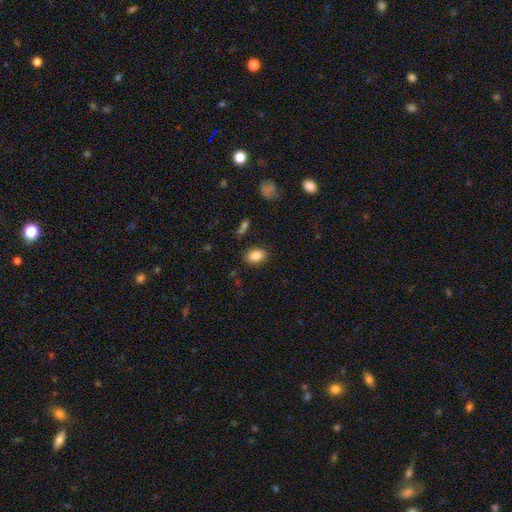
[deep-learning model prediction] smooth 85%, star or artifact 8%, featured or disk 6%. Down the decision tree: how rounded — in between (76%); merging — none (85%).